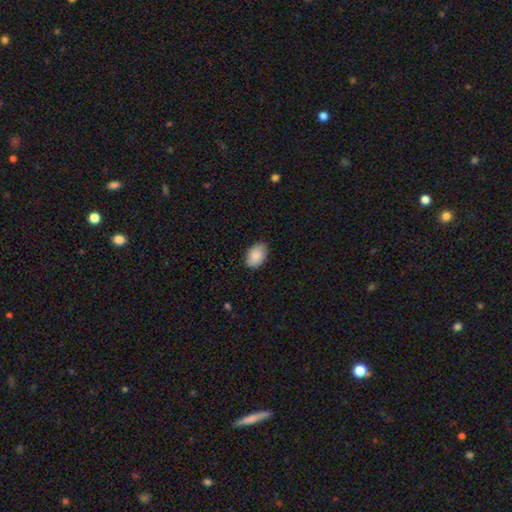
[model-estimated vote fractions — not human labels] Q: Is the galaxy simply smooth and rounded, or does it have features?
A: smooth — 88%.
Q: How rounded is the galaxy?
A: in between — 89%.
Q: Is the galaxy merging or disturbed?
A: none — 84%.